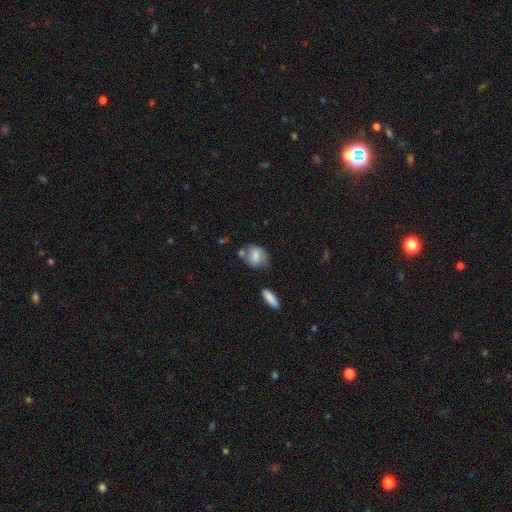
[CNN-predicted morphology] The model was most divided on "merging": none: 51%, minor disturbance: 26%, merger: 13%, major disturbance: 10%. More confident: smooth or featured — smooth (63%); how rounded — in between (61%).